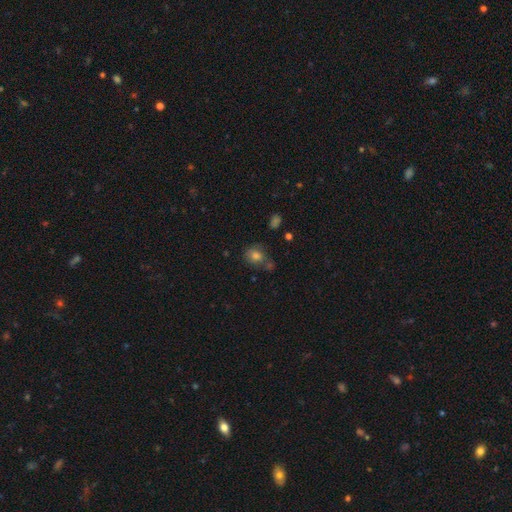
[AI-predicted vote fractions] This is likely a smooth galaxy (77%). How rounded: likely round (63%). Merging: possibly none (59%).